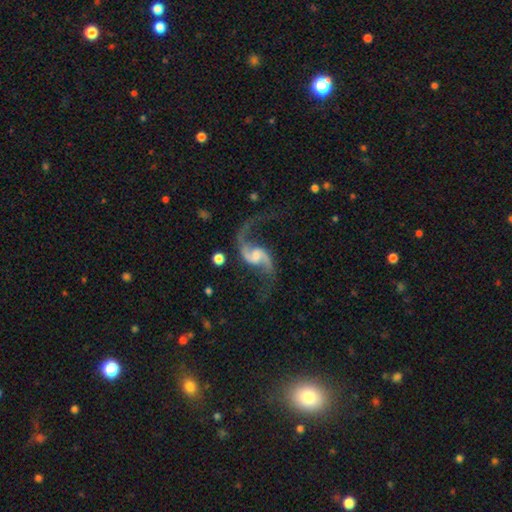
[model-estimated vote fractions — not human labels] Smooth or featured?
  - featured or disk: 92% *
  - star or artifact: 5%
  - smooth: 4%
Edge-on disk?
  - no: 98% *
  - yes: 2%
Bar?
  - weak: 47% *
  - no: 38%
  - strong: 15%
Spiral arms?
  - yes: 98% *
  - no: 2%
Spiral winding?
  - loose: 83% *
  - medium: 15%
  - tight: 3%
Spiral arm count?
  - 2: 93% *
  - 1: 3%
  - can't tell: 1%
  - 3: 1%
  - 4: 1%
  - more than 4: 1%
Bulge size?
  - small: 35% *
  - moderate: 29%
  - none: 26%
  - large: 8%
  - dominant: 2%
Merging?
  - none: 65% *
  - major disturbance: 16%
  - minor disturbance: 15%
  - merger: 4%